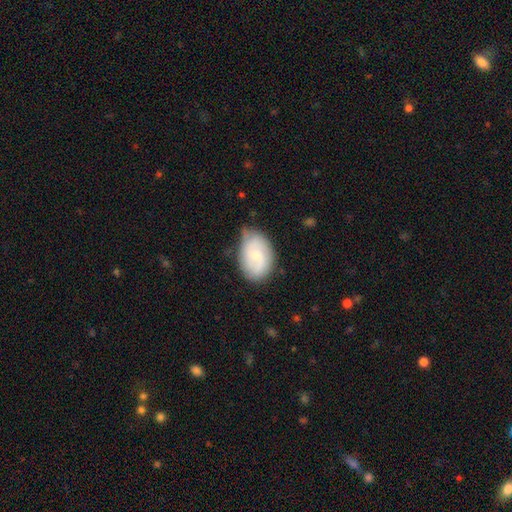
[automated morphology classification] Smooth or featured? featured or disk (49%)
Merging? none (62%)